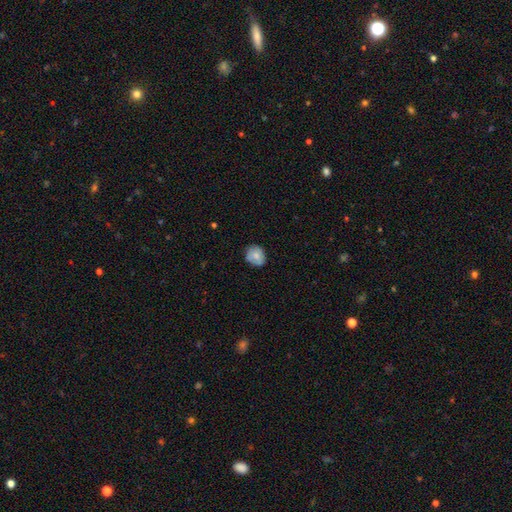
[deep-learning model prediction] Smooth or featured? Predicted: smooth (p=0.72). How rounded? Predicted: round (p=0.66). Merging? Predicted: none (p=0.70).